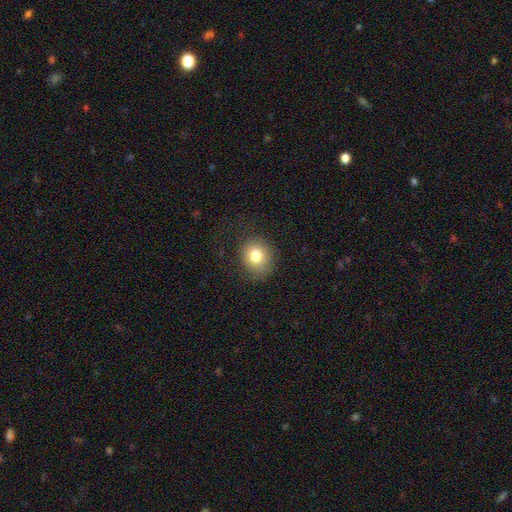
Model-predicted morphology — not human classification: smooth 80%, star or artifact 11%, featured or disk 10%. Down the decision tree: how rounded — round (73%); merging — none (79%).